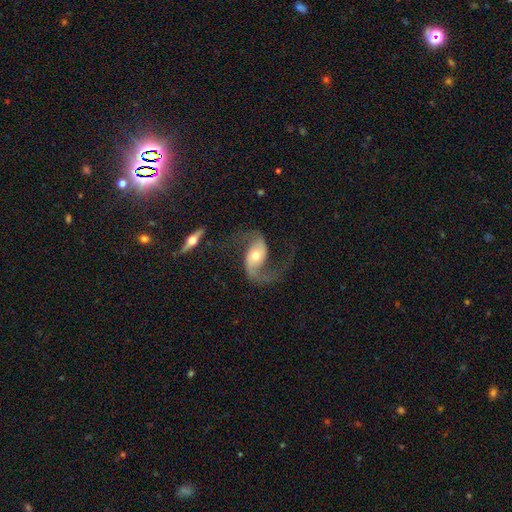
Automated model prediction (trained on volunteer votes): This is clearly a featured or disk galaxy (87%). It is clearly not viewed edge-on (96%). Bar: possibly no (51%). Spiral arm pattern: clearly yes (96%). Spiral arm count: clearly 2 (85%). Spiral winding: likely loose (71%). Central bulge: likely moderate (70%). Merging: possibly none (60%).